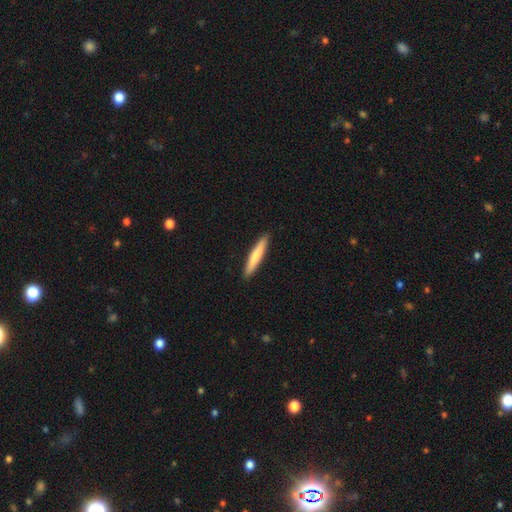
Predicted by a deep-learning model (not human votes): Smooth or featured?
  - smooth: 70% *
  - featured or disk: 25%
  - star or artifact: 5%
How rounded?
  - cigar-shaped: 93% *
  - in between: 6%
  - round: 1%
Merging?
  - none: 92% *
  - minor disturbance: 6%
  - major disturbance: 1%
  - merger: 1%